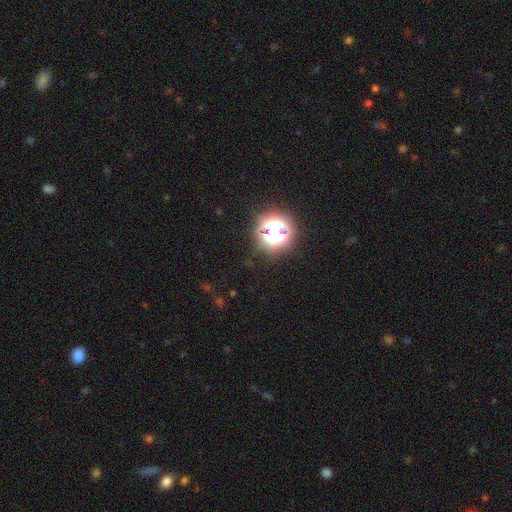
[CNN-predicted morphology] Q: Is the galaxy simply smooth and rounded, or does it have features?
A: star or artifact — 78%.